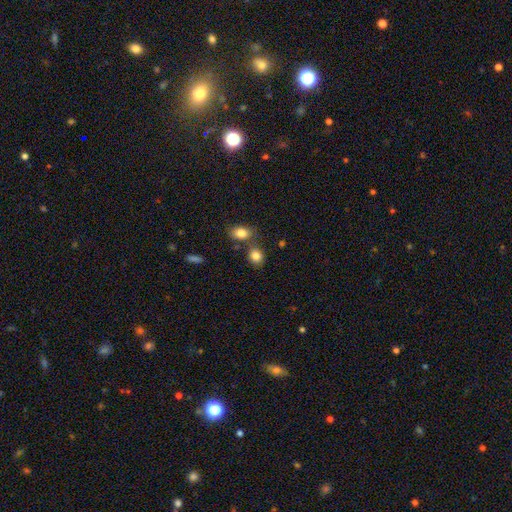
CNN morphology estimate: A smooth galaxy with no disk features (83%) that is round (56%). Merging: none (62%).